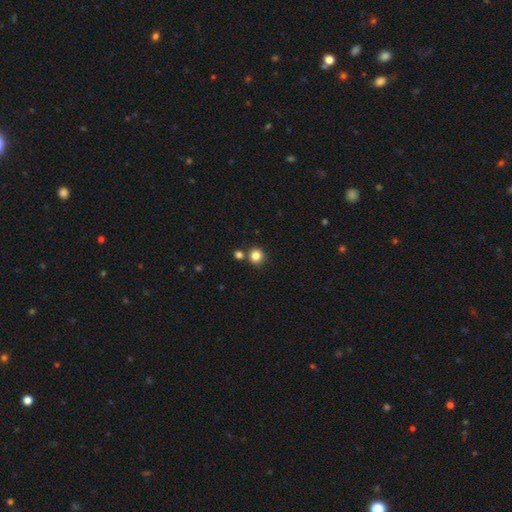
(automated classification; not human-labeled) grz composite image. It shows a smooth galaxy with no disk features (84%) that is round (92%). Merging: none (78%).